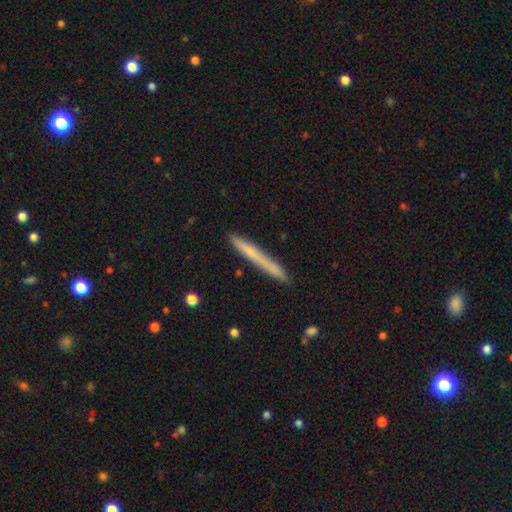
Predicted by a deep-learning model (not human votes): smooth 60%, featured or disk 33%, star or artifact 7%. Down the decision tree: how rounded — cigar-shaped (97%); merging — none (89%).